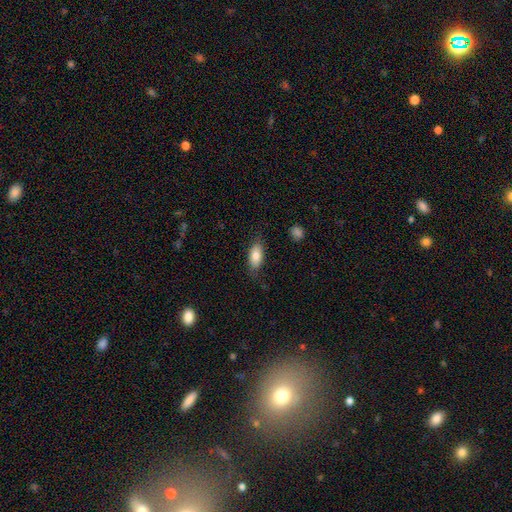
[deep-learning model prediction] Morphology: type=smooth (81%); roundness=in between (87%); merging=none (78%).